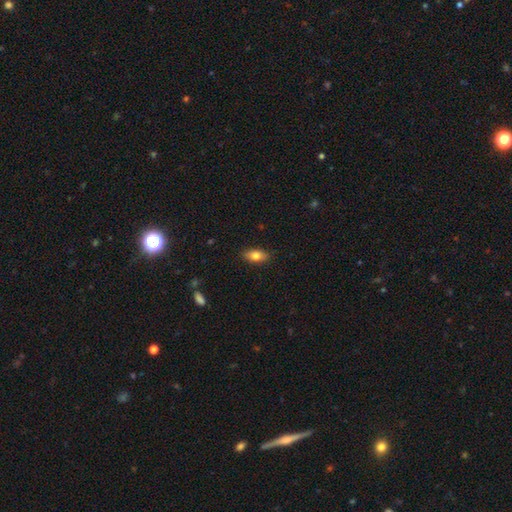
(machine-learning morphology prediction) Q: Smooth or featured?
A: smooth (78%); runner-up: featured or disk (14%)
Q: How rounded?
A: in between (85%); runner-up: cigar-shaped (10%)
Q: Merging?
A: none (87%); runner-up: minor disturbance (10%)